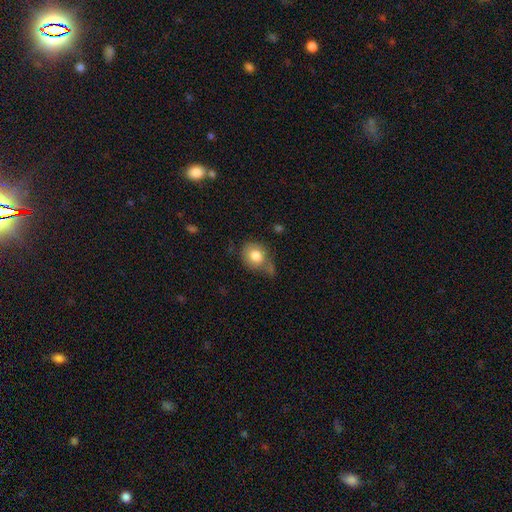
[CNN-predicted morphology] type=smooth (80%); roundness=round (67%); merging=none (52%).